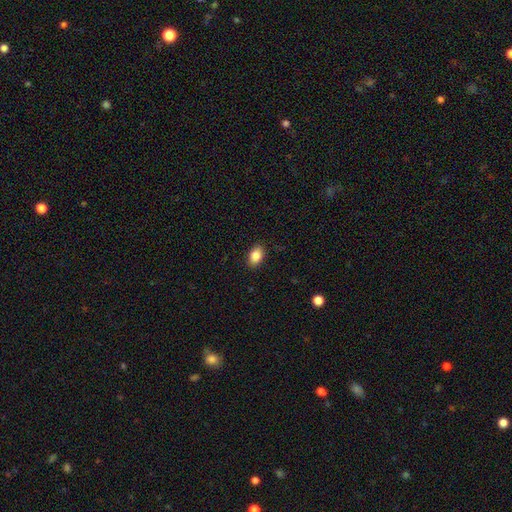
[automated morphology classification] Smooth or featured?
  - smooth: 86% *
  - star or artifact: 8%
  - featured or disk: 5%
How rounded?
  - in between: 82% *
  - round: 17%
  - cigar-shaped: 1%
Merging?
  - none: 88% *
  - minor disturbance: 9%
  - major disturbance: 2%
  - merger: 1%